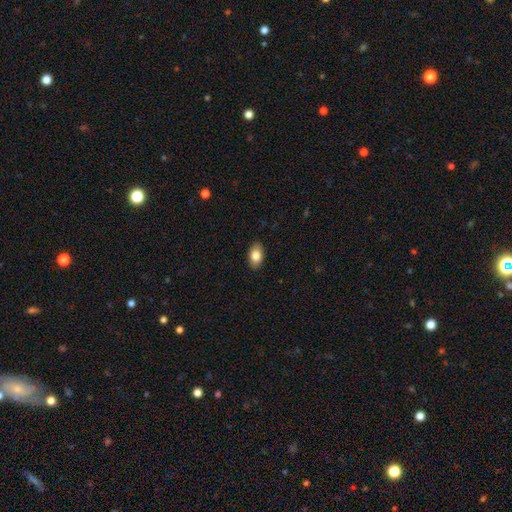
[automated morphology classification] smooth-or-featured: smooth: 83% | featured or disk: 10% | star or artifact: 7%
  how-rounded: in between: 91% | round: 7% | cigar-shaped: 2%
  merging: none: 89% | minor disturbance: 8% | major disturbance: 2% | merger: 1%